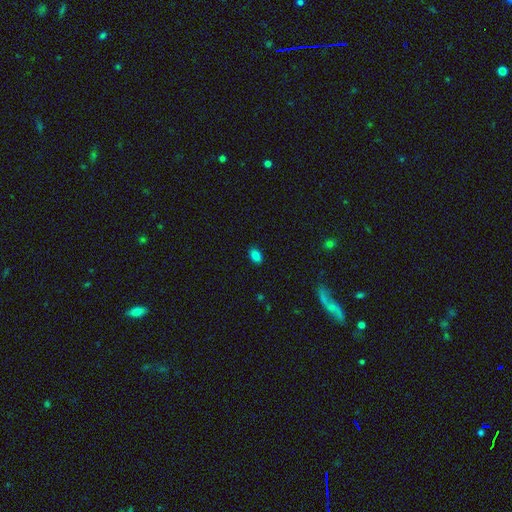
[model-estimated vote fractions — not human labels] Overall: smooth (85%). How rounded: in between (87%). Merging: none (89%).